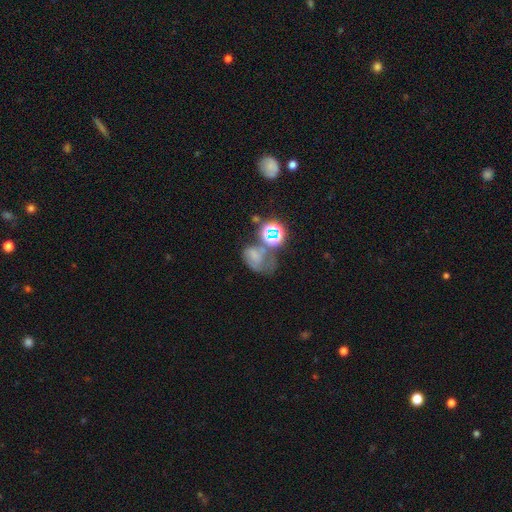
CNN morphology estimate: smooth 41%, featured or disk 30%, star or artifact 29%. Down the decision tree: merging — major disturbance (31%).